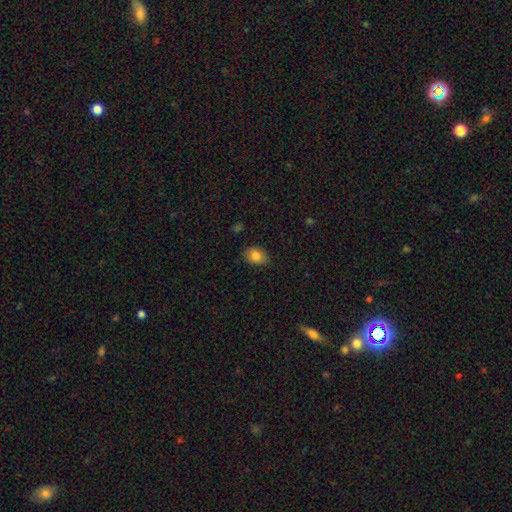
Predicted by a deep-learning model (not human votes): Morphology: type=smooth (83%); roundness=in between (77%); merging=none (83%).